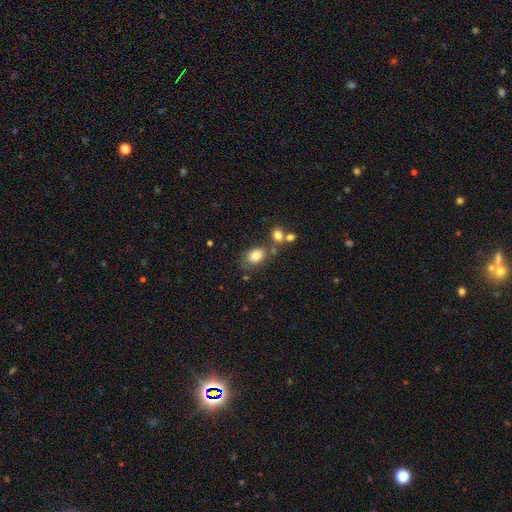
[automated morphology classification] smooth_or_featured: smooth (p=0.81) [alt: star or artifact p=0.09]
how_rounded: in between (p=0.77) [alt: round p=0.22]
merging: none (p=0.61) [alt: minor disturbance p=0.17]